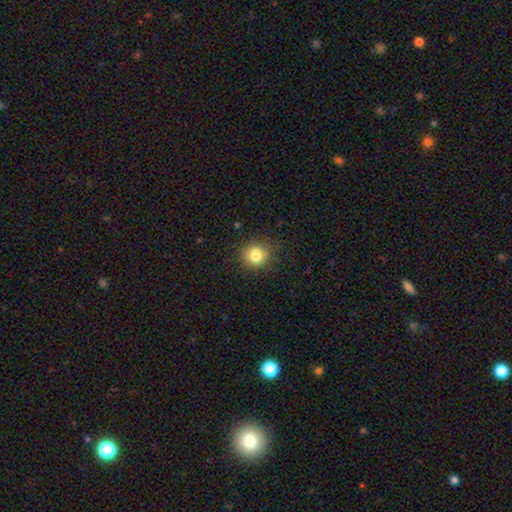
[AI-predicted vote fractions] Smooth or featured? smooth (82%)
How rounded? round (82%)
Merging? none (81%)